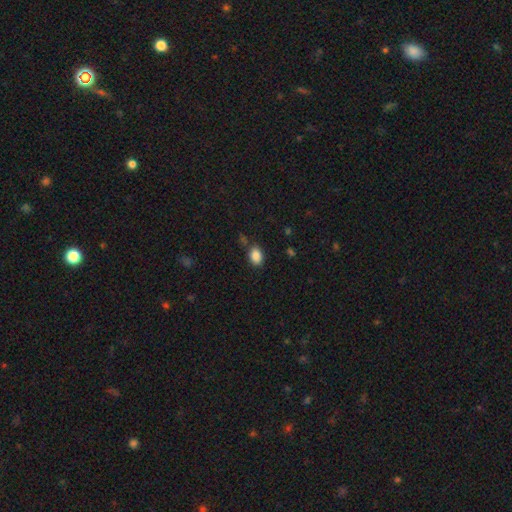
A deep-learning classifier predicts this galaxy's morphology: The model was most divided on "how rounded": in between: 80%, round: 19%, cigar-shaped: 1%. More confident: smooth or featured — smooth (87%); merging — none (79%).